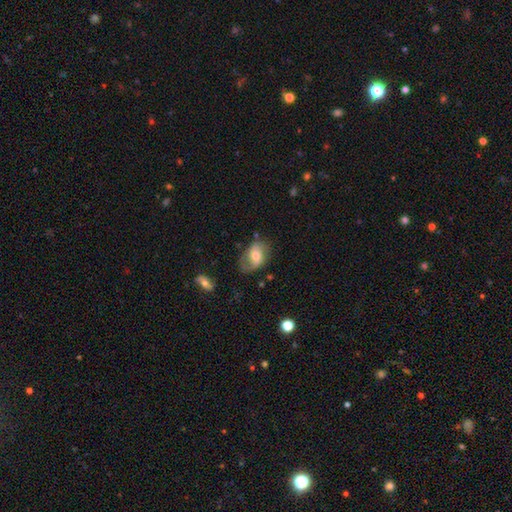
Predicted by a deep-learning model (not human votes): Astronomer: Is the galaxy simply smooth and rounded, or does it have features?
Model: smooth — 47% (runner-up: featured or disk, 45%).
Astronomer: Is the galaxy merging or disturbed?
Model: none — 57%.